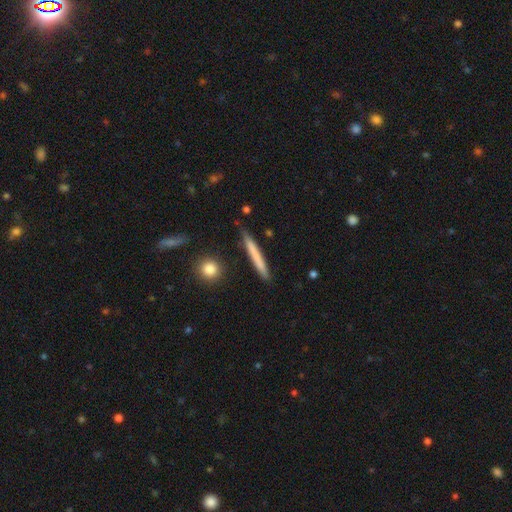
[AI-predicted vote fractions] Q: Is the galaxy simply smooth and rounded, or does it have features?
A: smooth — 66%.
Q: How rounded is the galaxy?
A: cigar-shaped — 96%.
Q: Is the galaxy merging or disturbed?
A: none — 87%.